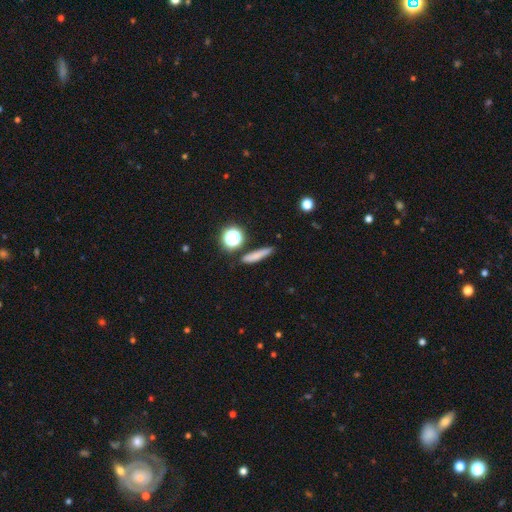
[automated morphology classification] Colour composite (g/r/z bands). It shows a smooth galaxy with no disk features (73%) that is cigar-shaped (78%). Merging: none (81%).